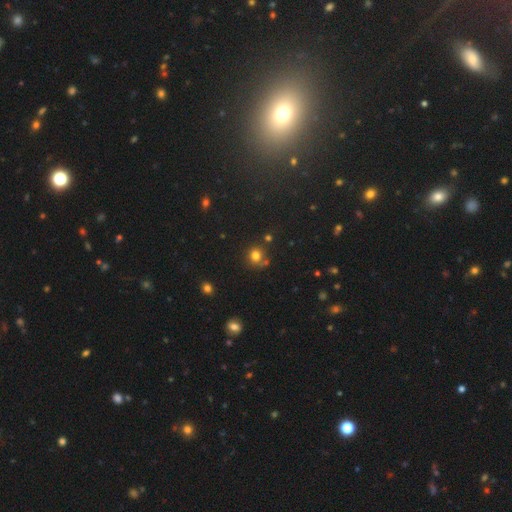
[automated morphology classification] Smooth or featured? Predicted: smooth (p=0.75). How rounded? Predicted: round (p=0.87). Merging? Predicted: none (p=0.68).